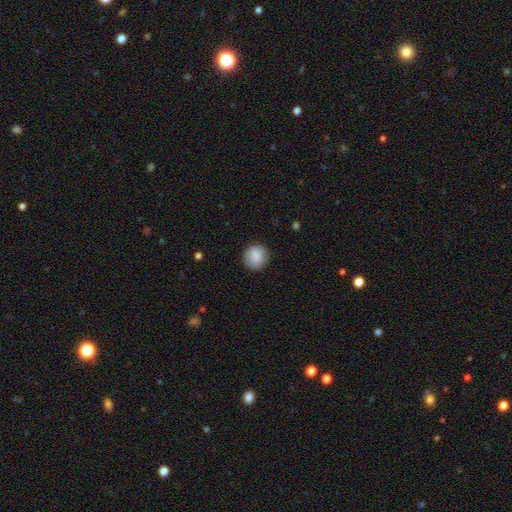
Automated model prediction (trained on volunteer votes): Smooth or featured?
  - smooth: 87% *
  - star or artifact: 7%
  - featured or disk: 6%
How rounded?
  - round: 90% *
  - in between: 9%
  - cigar-shaped: 1%
Merging?
  - none: 86% *
  - minor disturbance: 10%
  - major disturbance: 3%
  - merger: 1%